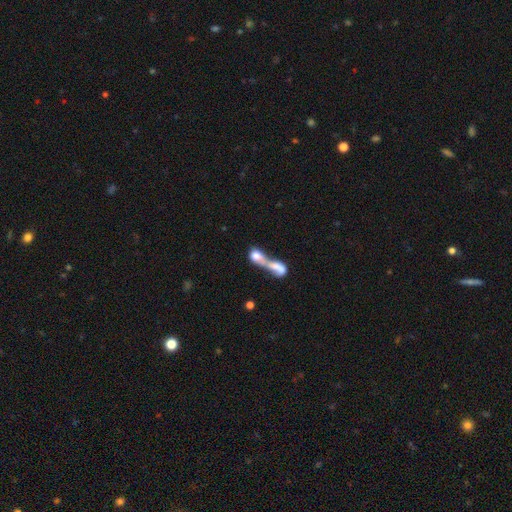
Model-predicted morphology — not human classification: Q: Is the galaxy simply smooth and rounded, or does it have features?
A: smooth — 63%.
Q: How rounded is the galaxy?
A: in between — 47%.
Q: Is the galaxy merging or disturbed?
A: merger — 79%.